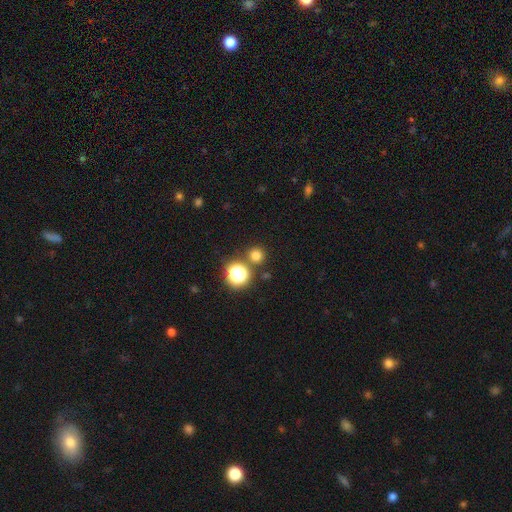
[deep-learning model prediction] This appears to be a smooth galaxy with no disk features (72%) that is round (93%). Merging: none (84%).